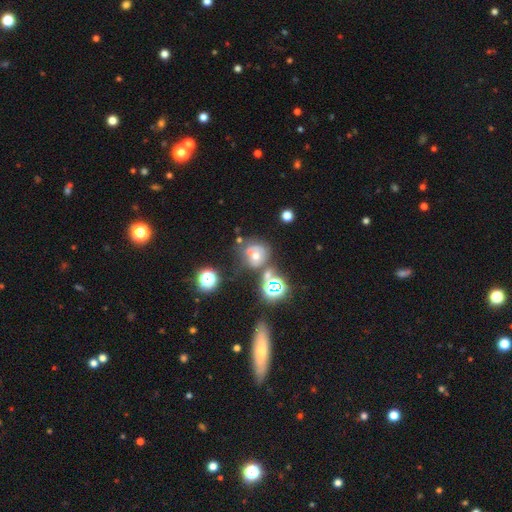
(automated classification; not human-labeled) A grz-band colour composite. It shows a smooth galaxy with no disk features (36%). Merging: none (48%).